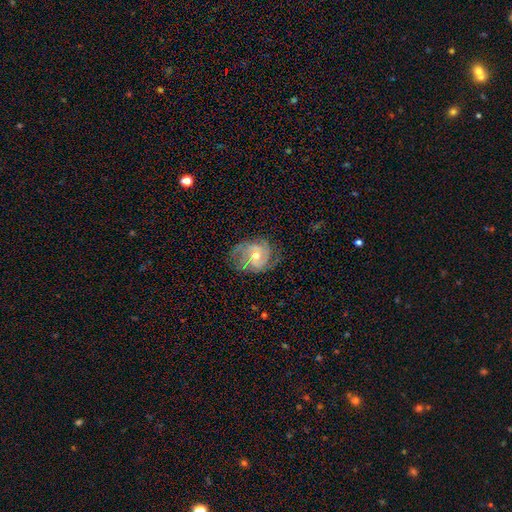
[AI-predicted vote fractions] Q: Smooth or featured?
A: featured or disk (84%); runner-up: smooth (10%)
Q: Edge-on disk?
A: no (97%); runner-up: yes (3%)
Q: Bar?
A: no (58%); runner-up: weak (34%)
Q: Spiral arms?
A: yes (96%); runner-up: no (4%)
Q: Spiral winding?
A: tight (58%); runner-up: medium (34%)
Q: Spiral arm count?
A: 2 (37%); runner-up: 3 (28%)
Q: Bulge size?
A: moderate (64%); runner-up: small (31%)
Q: Merging?
A: none (71%); runner-up: minor disturbance (20%)